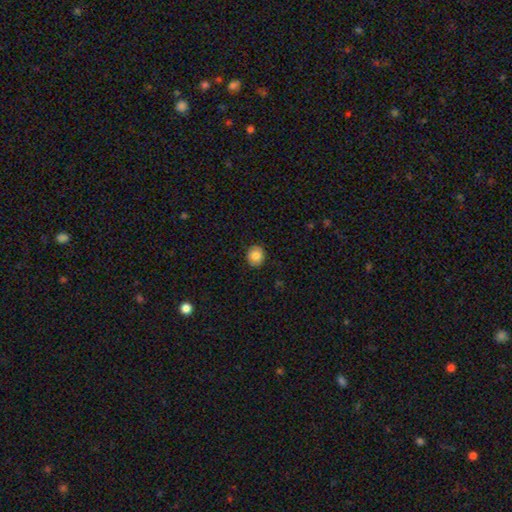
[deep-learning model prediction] Smooth or featured: smooth — 83% (featured or disk — 9%)
How rounded: round — 79% (in between — 20%)
Merging: none — 90% (minor disturbance — 7%)